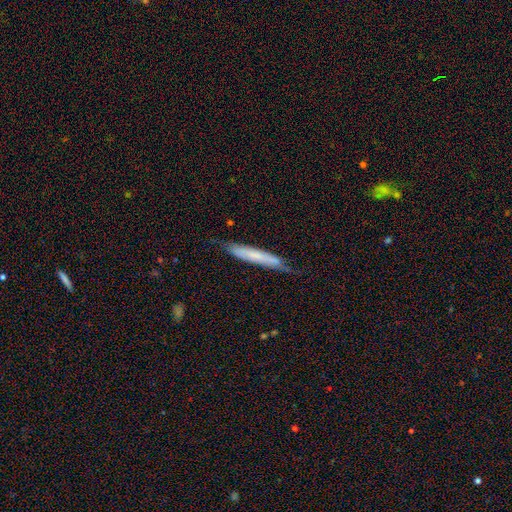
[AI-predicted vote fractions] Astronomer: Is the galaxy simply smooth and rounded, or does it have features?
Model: smooth — 59% (runner-up: featured or disk, 35%).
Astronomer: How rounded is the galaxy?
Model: cigar-shaped — 95%.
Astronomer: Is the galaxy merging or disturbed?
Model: none — 71%.